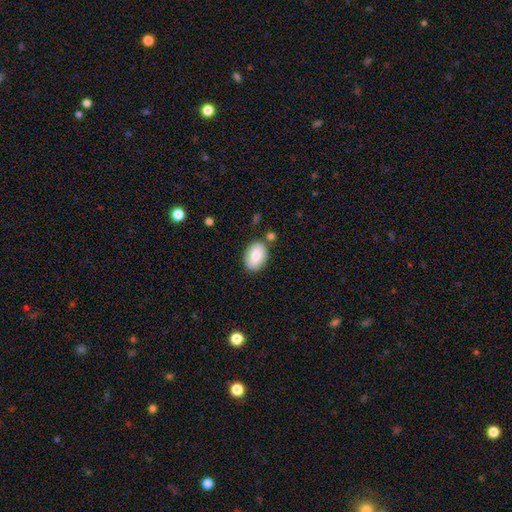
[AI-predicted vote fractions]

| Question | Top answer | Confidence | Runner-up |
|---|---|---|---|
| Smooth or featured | smooth | 78% | featured or disk (15%) |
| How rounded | in between | 84% | round (15%) |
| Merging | none | 78% | minor disturbance (13%) |